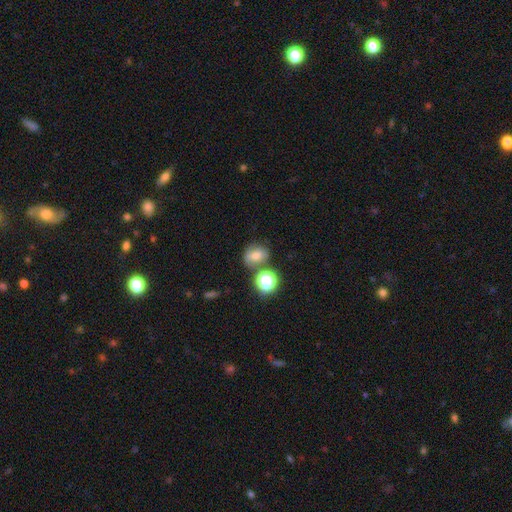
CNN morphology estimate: smooth_or_featured: smooth (p=0.57) [alt: star or artifact p=0.22]
how_rounded: round (p=0.63) [alt: in between p=0.36]
merging: none (p=0.65) [alt: minor disturbance p=0.15]